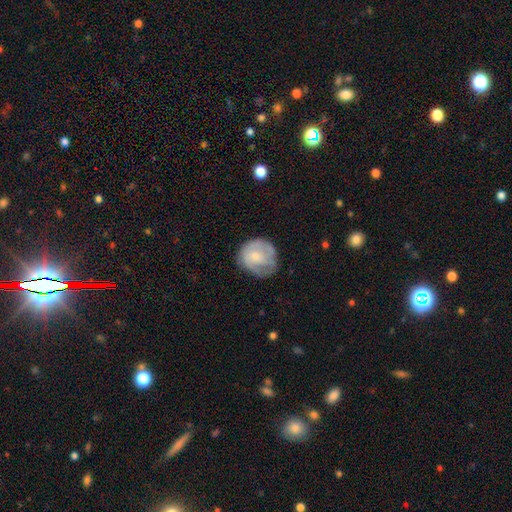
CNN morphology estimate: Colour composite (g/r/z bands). It shows a smooth galaxy with no disk features (52%) that is round (80%). Merging: none (63%).